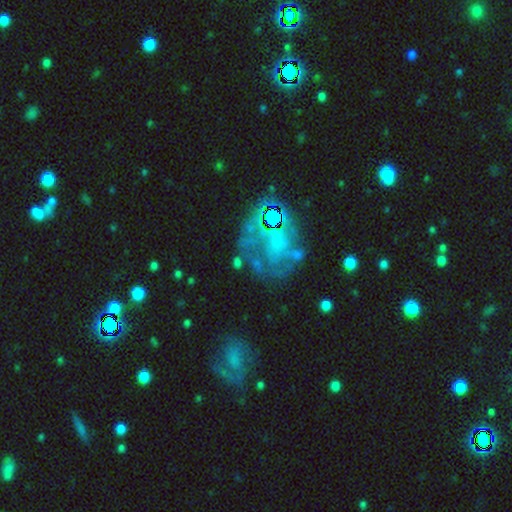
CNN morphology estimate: smooth_or_featured: featured or disk (p=0.46) [alt: star or artifact p=0.35]
merging: none (p=0.53) [alt: major disturbance p=0.22]